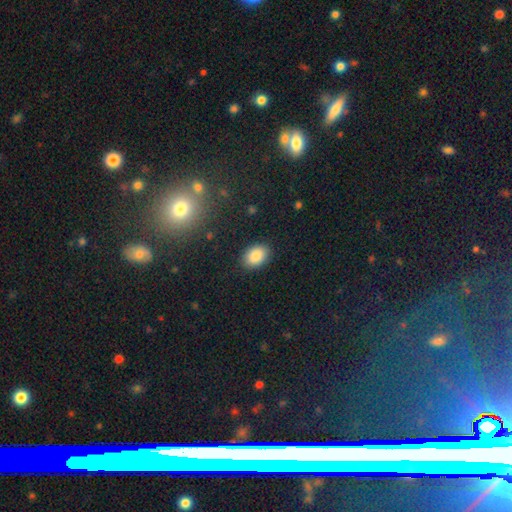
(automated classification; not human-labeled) Q: Smooth or featured?
A: smooth (86%); runner-up: star or artifact (8%)
Q: How rounded?
A: in between (81%); runner-up: round (18%)
Q: Merging?
A: none (88%); runner-up: minor disturbance (9%)